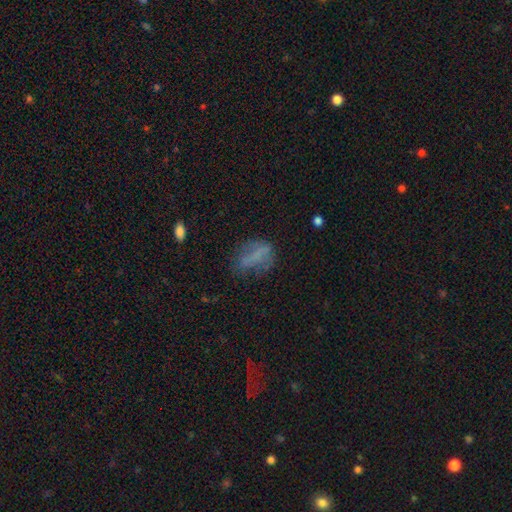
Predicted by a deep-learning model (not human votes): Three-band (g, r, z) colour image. It shows a smooth galaxy with no disk features (54%) that is in between round and cigar-shaped (64%). Merging: none (50%).